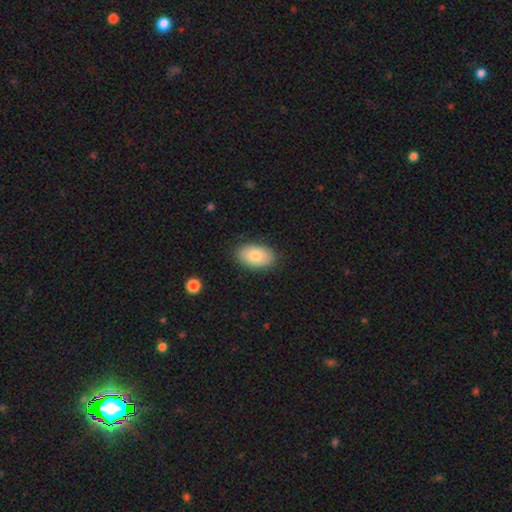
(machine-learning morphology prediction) Overall: smooth (82%). How rounded: in between (93%). Merging: none (87%).